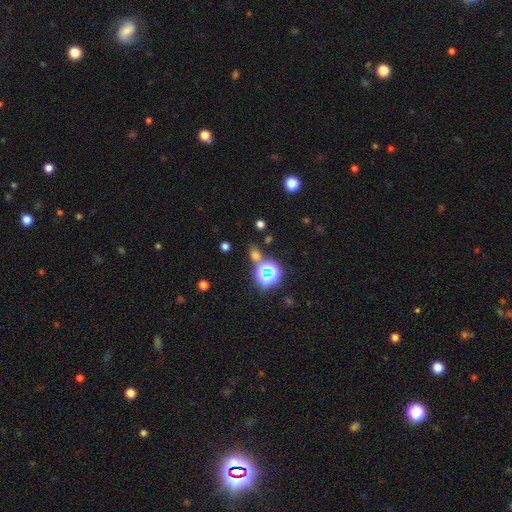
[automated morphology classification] A smooth galaxy with no disk features (53%) that is round (58%). Merging: none (73%).